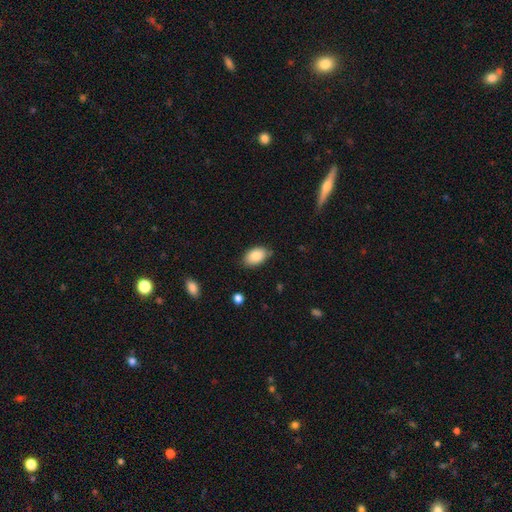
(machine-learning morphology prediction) smooth_or_featured: smooth (p=0.85) [alt: featured or disk p=0.08]
how_rounded: in between (p=0.91) [alt: round p=0.08]
merging: none (p=0.80) [alt: minor disturbance p=0.16]